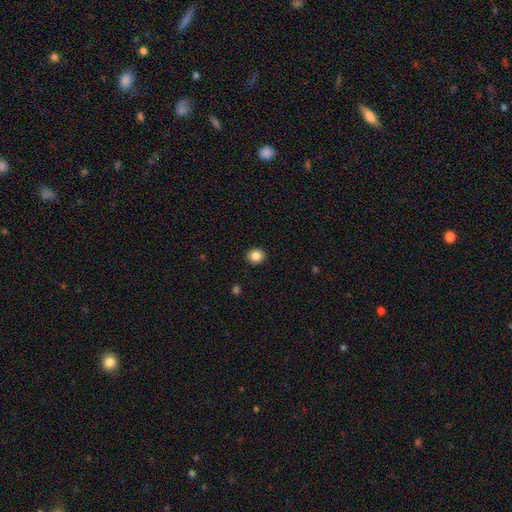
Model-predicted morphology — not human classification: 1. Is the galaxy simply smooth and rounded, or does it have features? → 86% smooth, 10% star or artifact, 4% featured or disk.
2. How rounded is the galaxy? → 84% round, 15% in between, 1% cigar-shaped.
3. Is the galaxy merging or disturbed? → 92% none, 5% minor disturbance, 2% major disturbance, 1% merger.